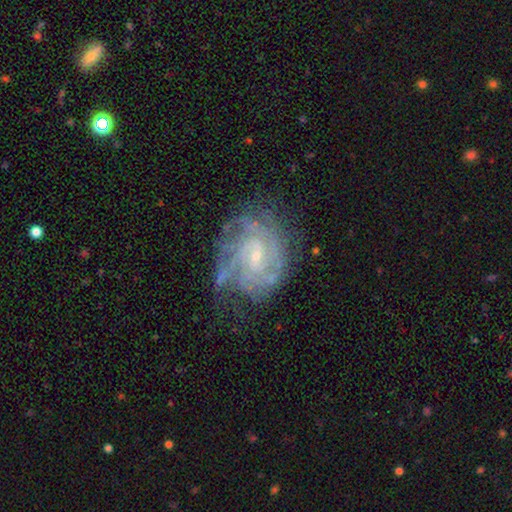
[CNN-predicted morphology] Smooth or featured? Predicted: featured or disk (p=0.88). Edge-on disk? Predicted: no (p=0.98). Bar? Predicted: weak (p=0.52). Spiral arms? Predicted: yes (p=0.97). Spiral winding? Predicted: tight (p=0.71). Spiral arm count? Predicted: can't tell (p=0.29). Bulge size? Predicted: small (p=0.72). Merging? Predicted: none (p=0.66).